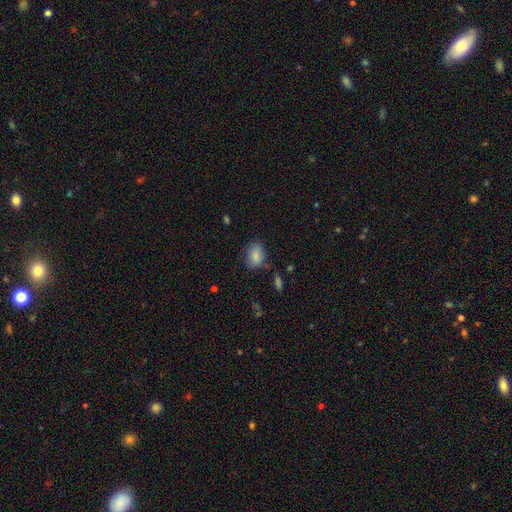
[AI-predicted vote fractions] A smooth galaxy with no disk features (83%) that is in between round and cigar-shaped (79%).

Vote fractions:
- Smooth or featured? smooth: 83% / star or artifact: 9% / featured or disk: 8%
- How rounded? in between: 79% / round: 20% / cigar-shaped: 2%
- Merging? none: 65% / minor disturbance: 24% / major disturbance: 7% / merger: 4%